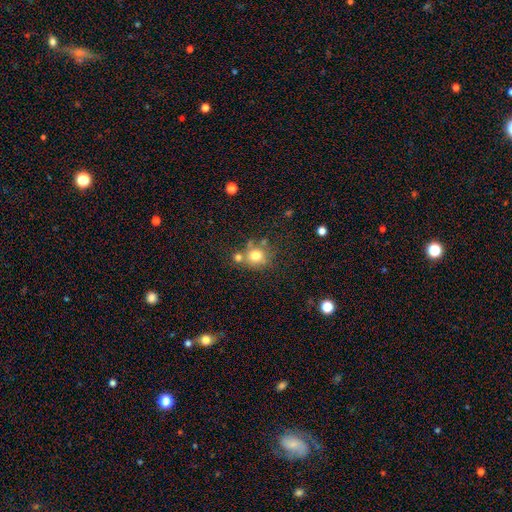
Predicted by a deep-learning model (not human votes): The model was most divided on "merging": none: 55%, merger: 26%, minor disturbance: 14%, major disturbance: 6%. More confident: how rounded — round (83%); smooth or featured — smooth (74%).